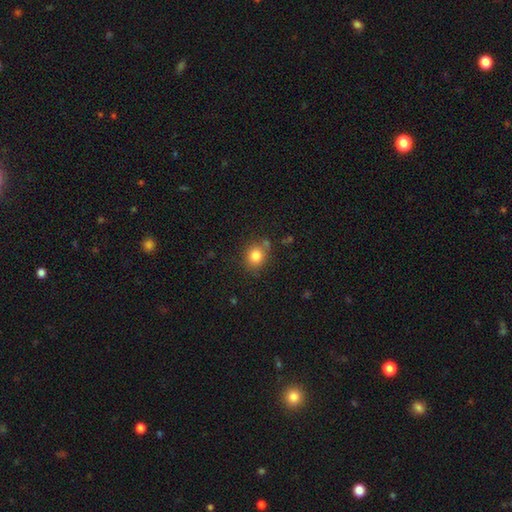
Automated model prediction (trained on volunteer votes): A smooth galaxy with no disk features (83%) that is round (71%).

Vote fractions:
- Smooth or featured? smooth: 83% / star or artifact: 11% / featured or disk: 7%
- How rounded? round: 71% / in between: 28% / cigar-shaped: 1%
- Merging? none: 74% / minor disturbance: 15% / merger: 7% / major disturbance: 4%